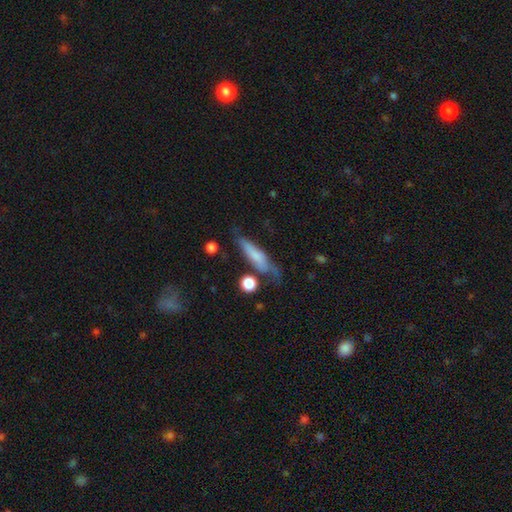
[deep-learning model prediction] This is likely a smooth galaxy (61%). How rounded: likely cigar-shaped (73%). Merging: possibly none (54%).